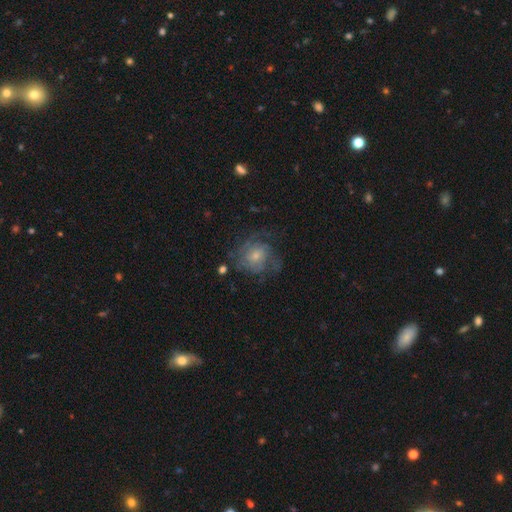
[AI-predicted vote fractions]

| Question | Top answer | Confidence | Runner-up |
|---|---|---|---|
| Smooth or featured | featured or disk | 61% | smooth (30%) |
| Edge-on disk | no | 97% | yes (3%) |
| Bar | no | 74% | weak (23%) |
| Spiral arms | yes | 77% | no (23%) |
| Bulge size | small | 54% | moderate (35%) |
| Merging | none | 55% | major disturbance (22%) |